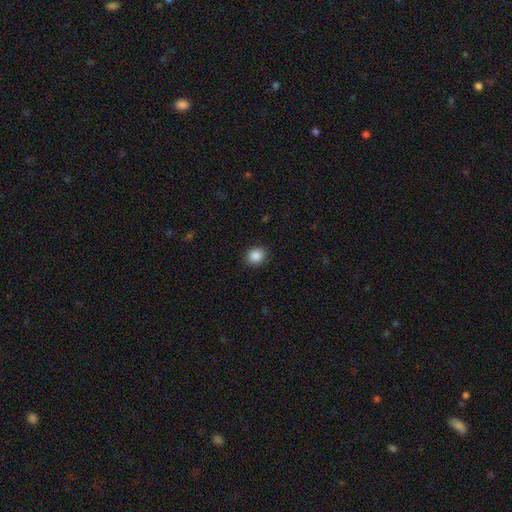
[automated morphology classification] Overall: smooth (88%). How rounded: round (65%; in between 34%). Merging: none (89%).